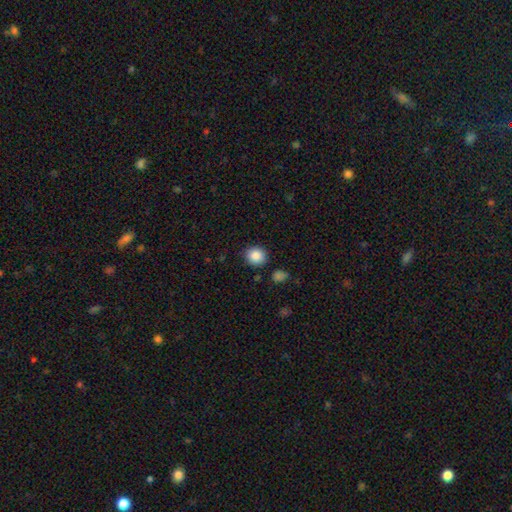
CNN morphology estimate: smooth_or_featured: smooth (p=0.87) [alt: star or artifact p=0.09]
how_rounded: round (p=0.88) [alt: in between p=0.11]
merging: none (p=0.88) [alt: minor disturbance p=0.07]